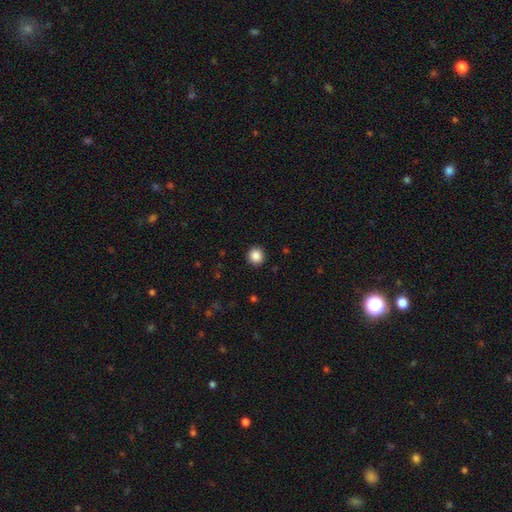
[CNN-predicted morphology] This is clearly a smooth galaxy (87%). How rounded: clearly round (93%). Merging: clearly none (92%).